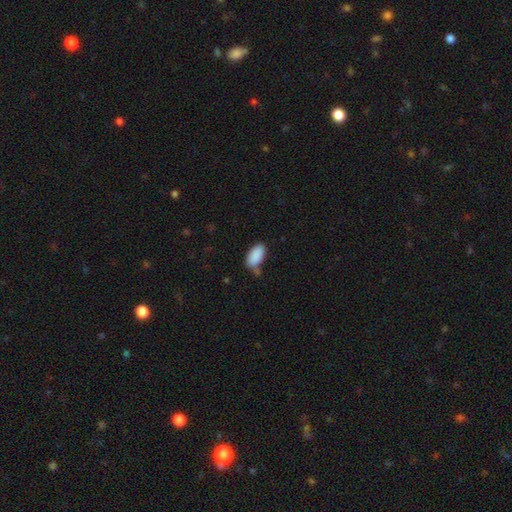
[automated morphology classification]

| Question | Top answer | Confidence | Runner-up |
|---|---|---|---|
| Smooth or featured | smooth | 89% | star or artifact (7%) |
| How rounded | in between | 95% | cigar-shaped (3%) |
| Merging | none | 62% | minor disturbance (24%) |